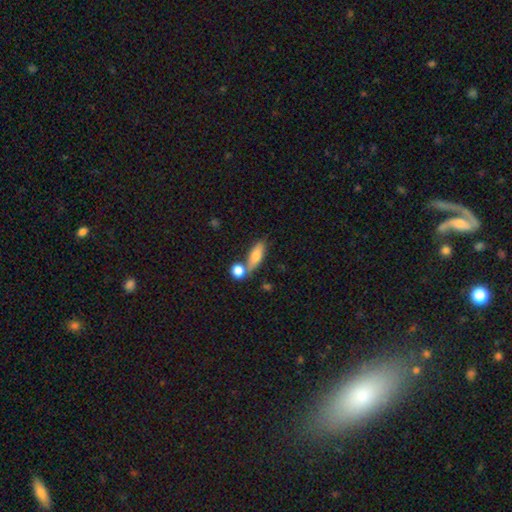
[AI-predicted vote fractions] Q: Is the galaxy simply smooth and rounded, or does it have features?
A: smooth — 74%.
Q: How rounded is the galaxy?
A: in between — 62%.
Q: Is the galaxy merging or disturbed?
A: none — 58%.